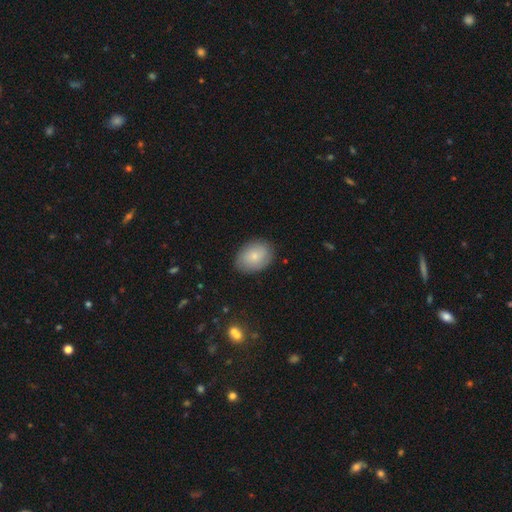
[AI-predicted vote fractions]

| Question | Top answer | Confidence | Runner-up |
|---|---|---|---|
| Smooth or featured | smooth | 77% | featured or disk (16%) |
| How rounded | in between | 76% | round (23%) |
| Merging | none | 84% | minor disturbance (12%) |